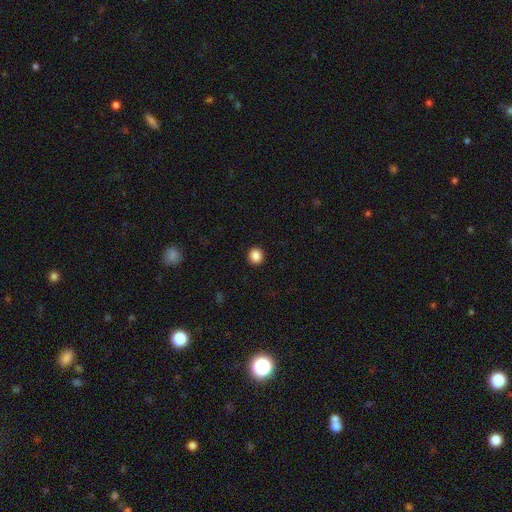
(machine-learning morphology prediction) Smooth or featured: smooth — 87% (star or artifact — 10%)
How rounded: round — 87% (in between — 12%)
Merging: none — 93% (minor disturbance — 4%)